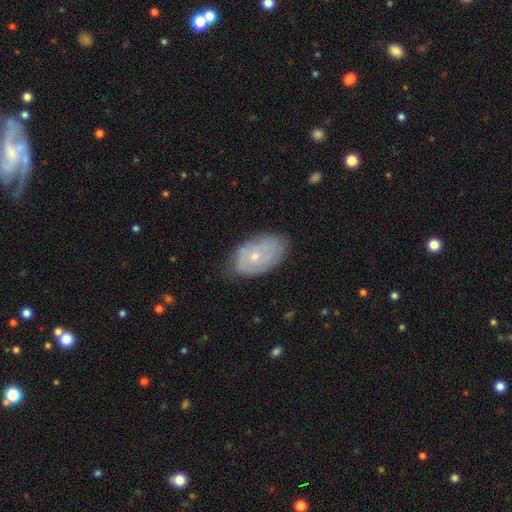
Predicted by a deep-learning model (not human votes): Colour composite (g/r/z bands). It shows a featured or disk galaxy (53%). Merging: none (65%).